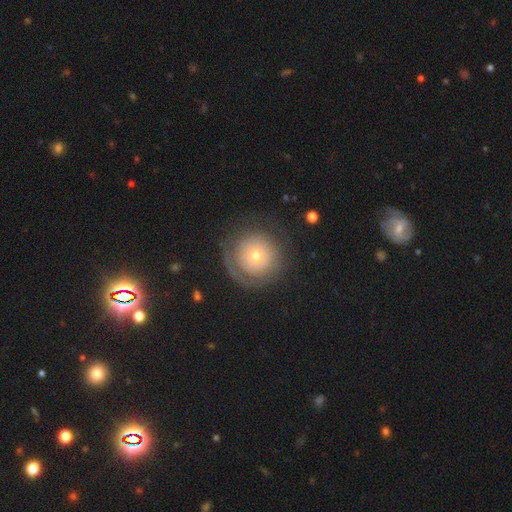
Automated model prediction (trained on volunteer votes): Smooth or featured? Predicted: featured or disk (p=0.49). Merging? Predicted: none (p=0.70).